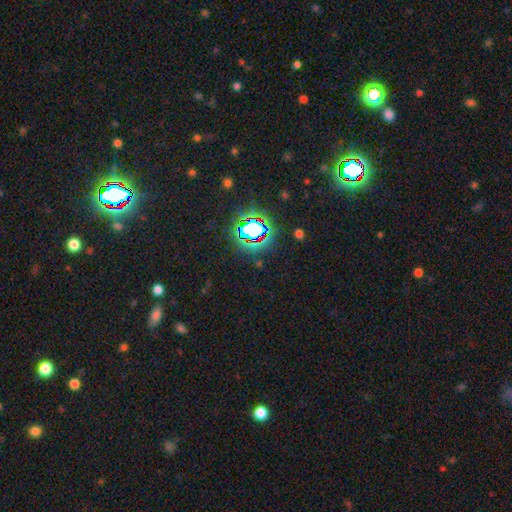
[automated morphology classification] smooth-or-featured: star or artifact: 80% | smooth: 13% | featured or disk: 8%